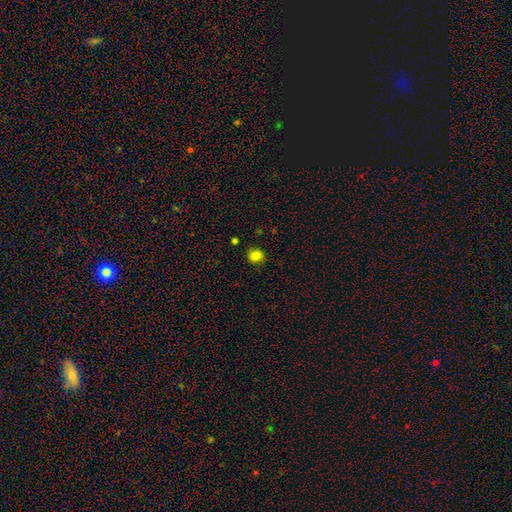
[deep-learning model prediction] smooth 83%, star or artifact 12%, featured or disk 4%. Down the decision tree: how rounded — round (79%); merging — none (86%).